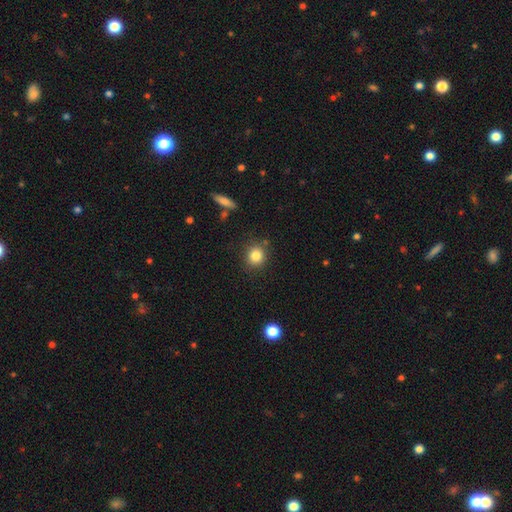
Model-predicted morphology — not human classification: The model was most divided on "how rounded": round: 85%, in between: 14%, cigar-shaped: 1%. More confident: merging — none (85%); smooth or featured — smooth (83%).